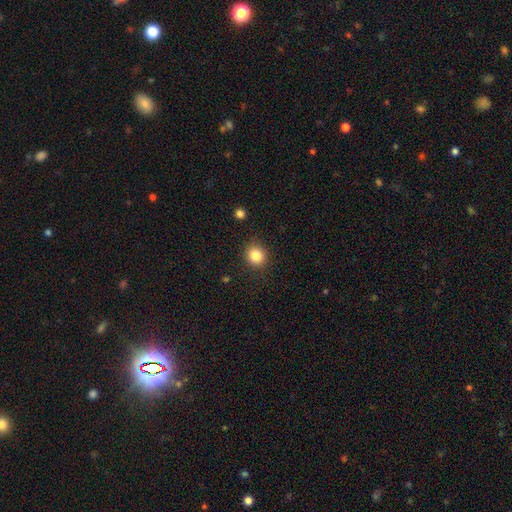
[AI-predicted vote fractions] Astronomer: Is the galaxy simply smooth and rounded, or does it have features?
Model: smooth — 84%.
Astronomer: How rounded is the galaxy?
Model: round — 80%.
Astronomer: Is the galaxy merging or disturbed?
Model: none — 88%.